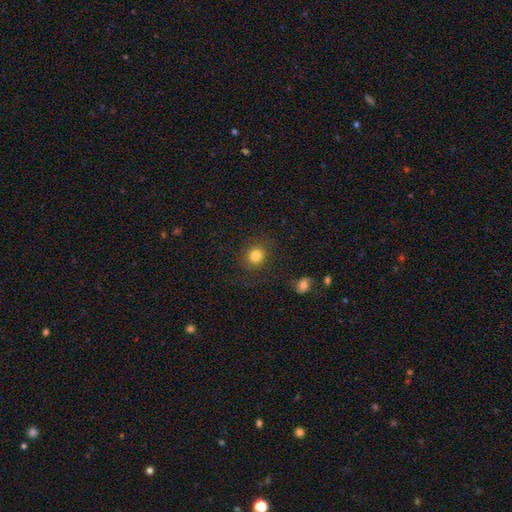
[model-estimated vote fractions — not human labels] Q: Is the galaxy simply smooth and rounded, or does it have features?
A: smooth — 82%.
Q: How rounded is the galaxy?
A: round — 79%.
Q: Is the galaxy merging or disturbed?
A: none — 83%.